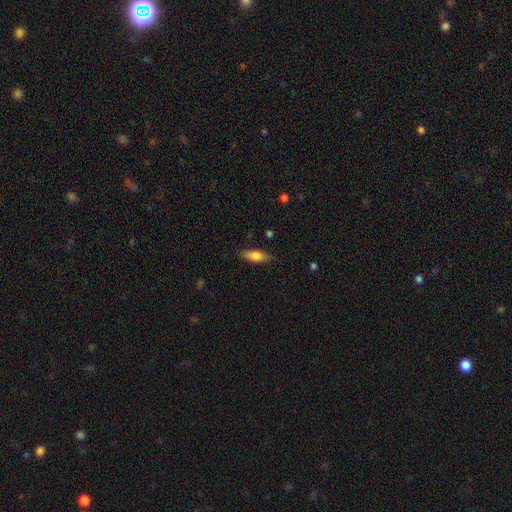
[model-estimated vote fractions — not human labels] A smooth galaxy with no disk features (72%) that is in between round and cigar-shaped (63%).

Vote fractions:
- Smooth or featured? smooth: 72% / featured or disk: 21% / star or artifact: 7%
- How rounded? in between: 63% / cigar-shaped: 35% / round: 3%
- Merging? none: 84% / minor disturbance: 12% / major disturbance: 2% / merger: 1%